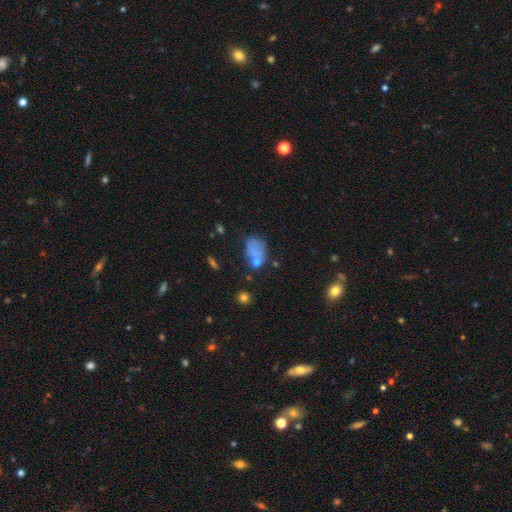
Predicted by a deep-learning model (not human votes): The model was most divided on "merging": none: 33%, minor disturbance: 24%, major disturbance: 24%, merger: 18%. More confident: how rounded — in between (76%); smooth or featured — smooth (58%).